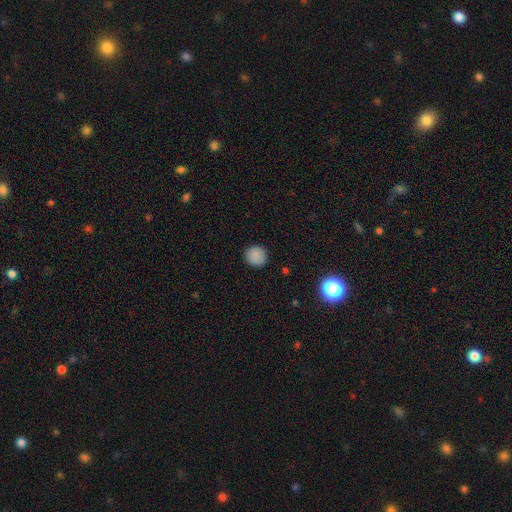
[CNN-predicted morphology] smooth_or_featured: smooth (p=0.87) [alt: star or artifact p=0.10]
how_rounded: round (p=0.95) [alt: in between p=0.04]
merging: none (p=0.91) [alt: minor disturbance p=0.06]